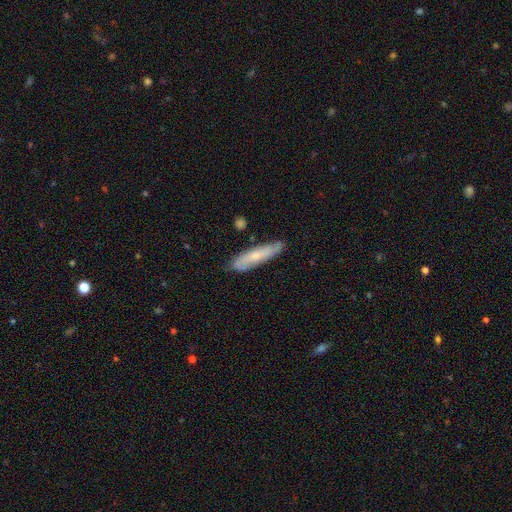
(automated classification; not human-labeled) Smooth or featured? featured or disk (47%)
Merging? none (77%)